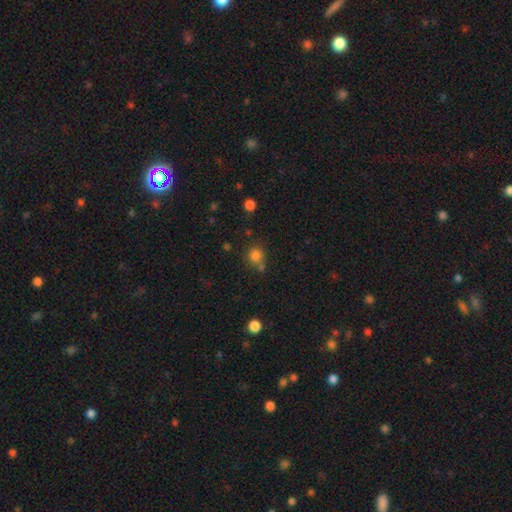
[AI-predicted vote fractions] Q: Smooth or featured?
A: smooth (80%); runner-up: star or artifact (14%)
Q: How rounded?
A: round (85%); runner-up: in between (14%)
Q: Merging?
A: none (63%); runner-up: merger (21%)